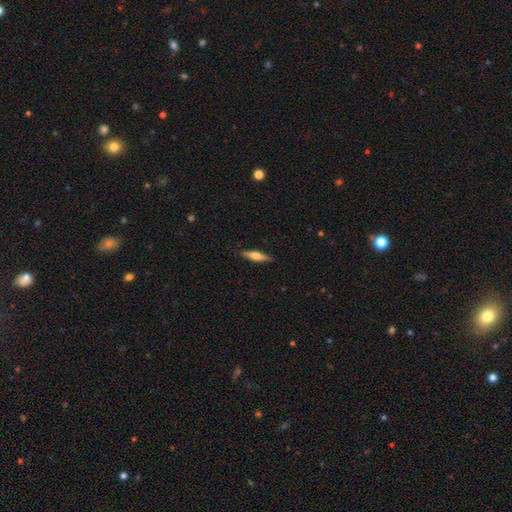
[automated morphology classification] This is possibly a smooth galaxy (48%). Merging: clearly none (88%).